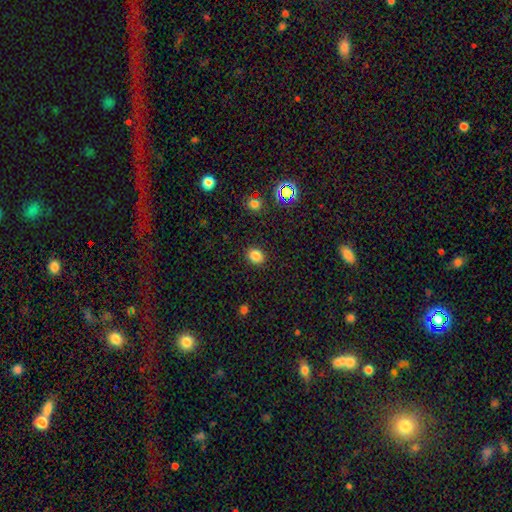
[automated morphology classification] This is clearly a smooth galaxy (82%). How rounded: likely round (62%). Merging: clearly none (90%).